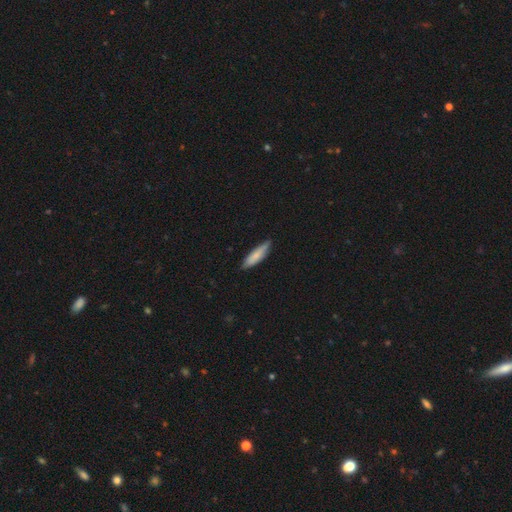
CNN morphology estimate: A smooth galaxy with no disk features (76%) that is cigar-shaped (69%).

Vote fractions:
- Smooth or featured? smooth: 76% / featured or disk: 19% / star or artifact: 5%
- How rounded? cigar-shaped: 69% / in between: 29% / round: 2%
- Merging? none: 81% / minor disturbance: 16% / major disturbance: 2% / merger: 1%